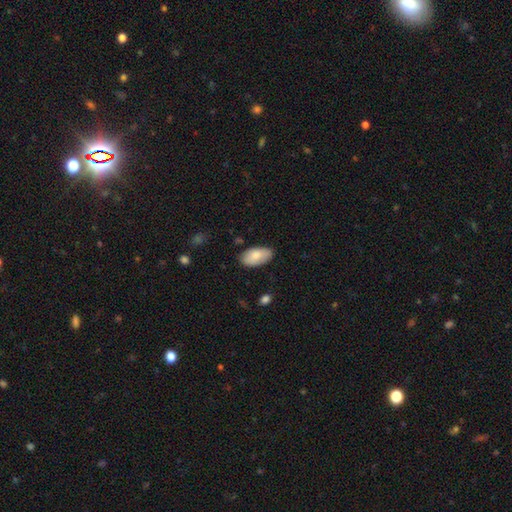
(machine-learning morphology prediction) This is likely a smooth galaxy (80%). How rounded: clearly in between (95%). Merging: clearly none (81%).